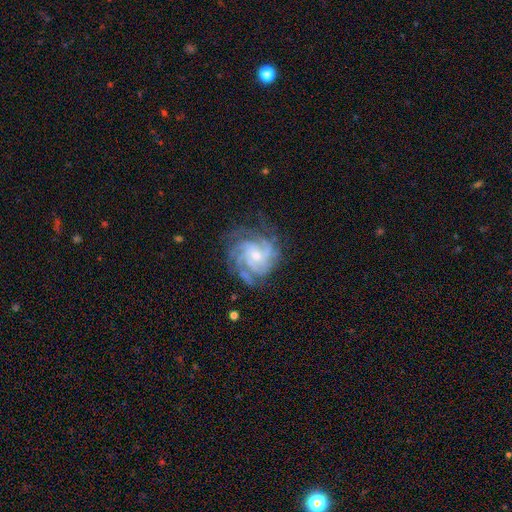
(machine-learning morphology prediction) This is clearly a featured or disk galaxy (86%). It is clearly not viewed edge-on (98%). Bar: likely no (63%). Spiral arm pattern: clearly yes (97%). Spiral arm count: marginally 4 (34%). Spiral winding: possibly tight (59%). Central bulge: possibly small (58%). Merging: likely none (71%).